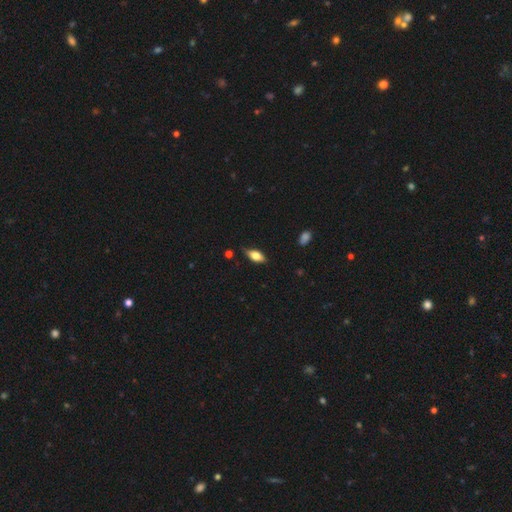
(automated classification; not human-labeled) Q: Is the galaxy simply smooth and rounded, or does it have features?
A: smooth — 67%.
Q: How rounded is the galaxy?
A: in between — 83%.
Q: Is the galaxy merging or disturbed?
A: none — 76%.